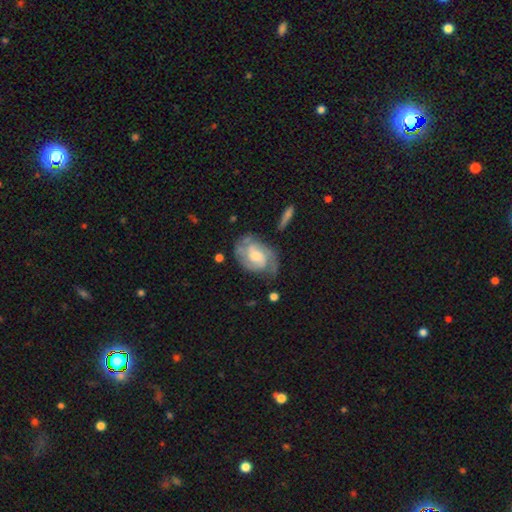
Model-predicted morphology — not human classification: featured or disk 83%, smooth 12%, star or artifact 5%. Down the decision tree: edge-on disk — no (97%); bar — no (48%); spiral arms — yes (95%); spiral arm count — 2 (57%); spiral winding — tight (49%); bulge size — moderate (54%); merging — none (66%).